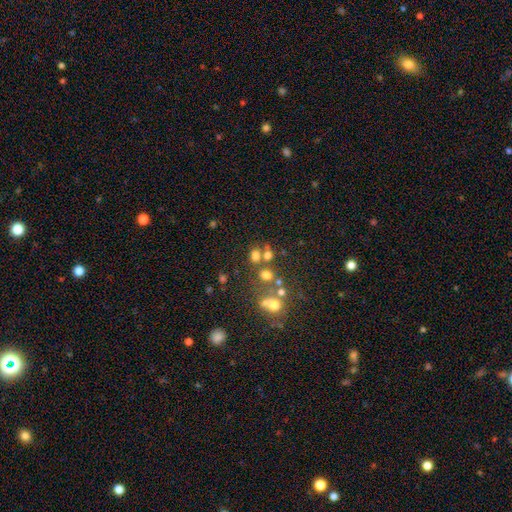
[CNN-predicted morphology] smooth 69%, star or artifact 19%, featured or disk 13%. Down the decision tree: how rounded — round (60%); merging — none (53%).